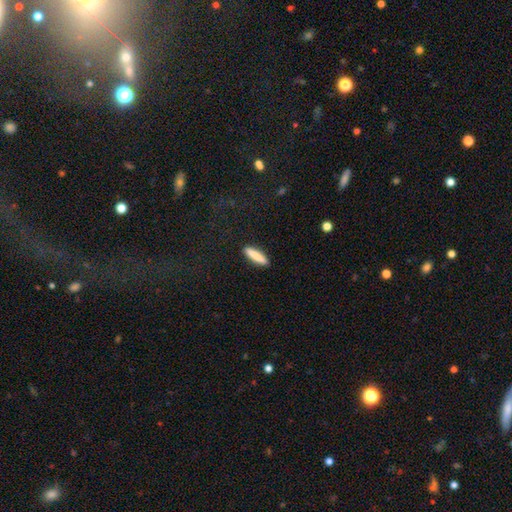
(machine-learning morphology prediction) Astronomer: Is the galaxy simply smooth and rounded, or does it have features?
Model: smooth — 85%.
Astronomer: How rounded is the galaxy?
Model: cigar-shaped — 81%.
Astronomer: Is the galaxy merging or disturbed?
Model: none — 90%.